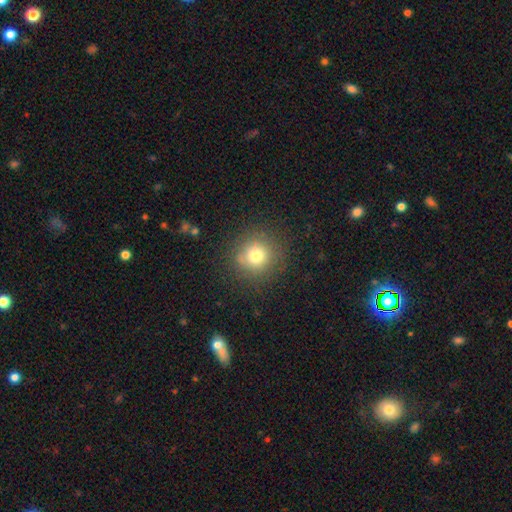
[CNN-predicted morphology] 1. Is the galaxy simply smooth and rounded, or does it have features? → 74% smooth, 16% star or artifact, 11% featured or disk.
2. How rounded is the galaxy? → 92% round, 7% in between, 1% cigar-shaped.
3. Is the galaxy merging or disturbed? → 84% none, 10% minor disturbance, 4% major disturbance, 1% merger.